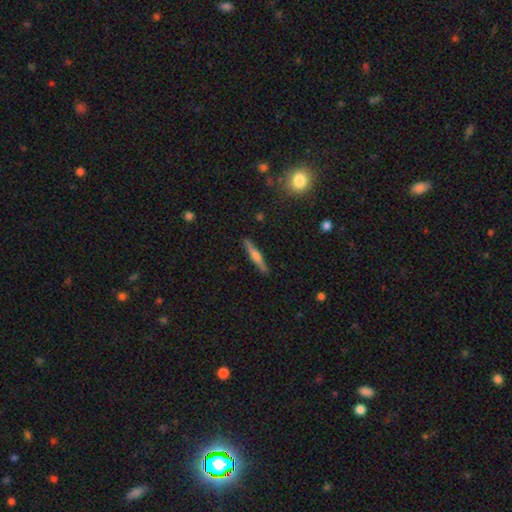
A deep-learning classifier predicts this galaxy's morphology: Smooth or featured: featured or disk — 51% (smooth — 42%)
Edge-on disk: yes — 97% (no — 3%)
Merging: none — 90% (minor disturbance — 7%)